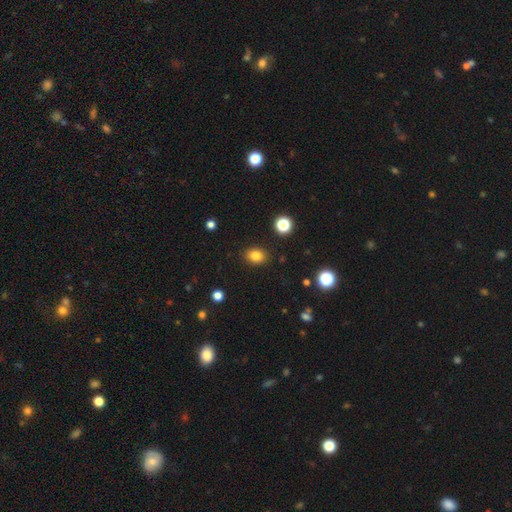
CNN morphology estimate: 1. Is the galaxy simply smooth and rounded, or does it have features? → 82% smooth, 12% star or artifact, 6% featured or disk.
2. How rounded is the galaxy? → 60% in between, 39% round, 1% cigar-shaped.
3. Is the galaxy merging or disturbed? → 88% none, 8% minor disturbance, 2% major disturbance, 2% merger.